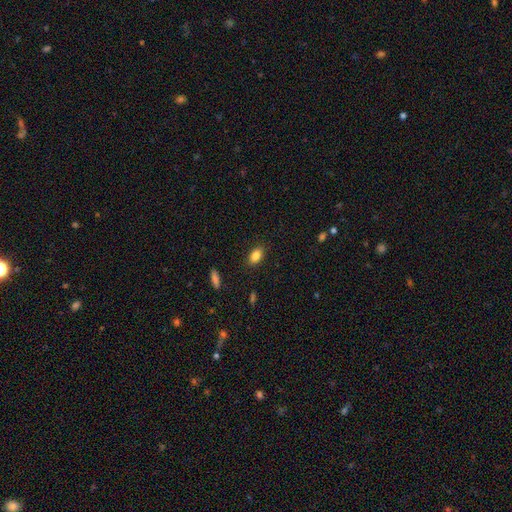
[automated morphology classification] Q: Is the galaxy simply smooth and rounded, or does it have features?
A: smooth — 85%.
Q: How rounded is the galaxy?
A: in between — 87%.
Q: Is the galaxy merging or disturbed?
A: none — 87%.